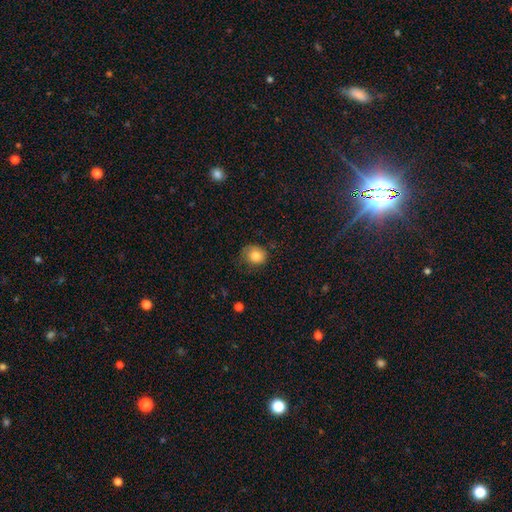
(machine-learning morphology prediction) Smooth or featured: smooth — 82% (star or artifact — 10%)
How rounded: round — 73% (in between — 26%)
Merging: none — 62% (minor disturbance — 27%)